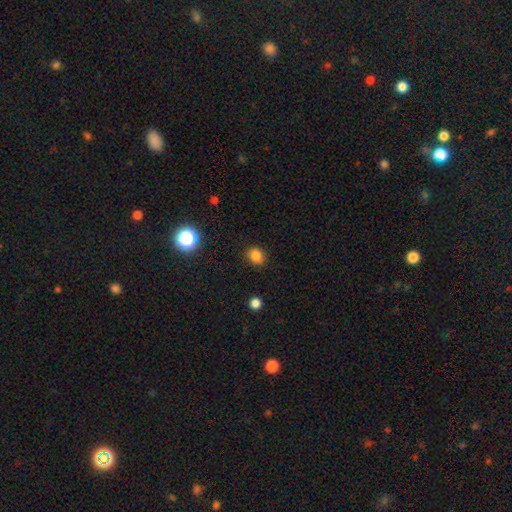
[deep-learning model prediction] A smooth galaxy with no disk features (82%) that is round (70%). Merging: none (86%).